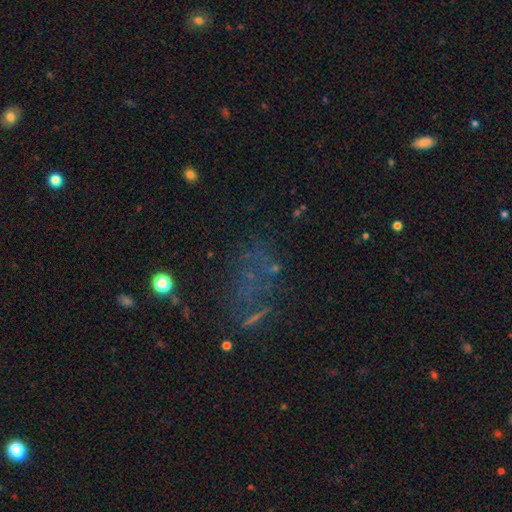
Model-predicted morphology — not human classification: type=star or artifact (40%).